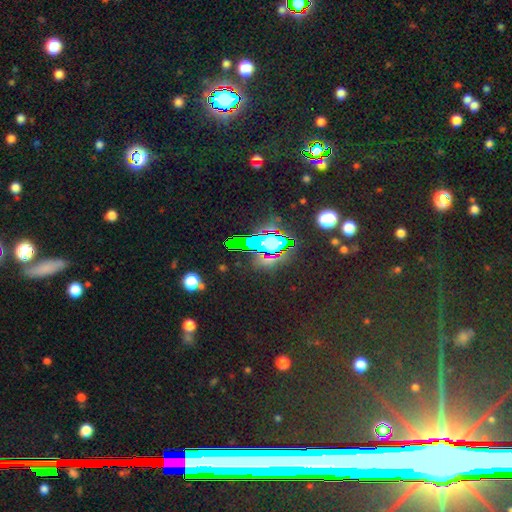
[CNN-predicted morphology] Smooth or featured: star or artifact — 79% (smooth — 11%)